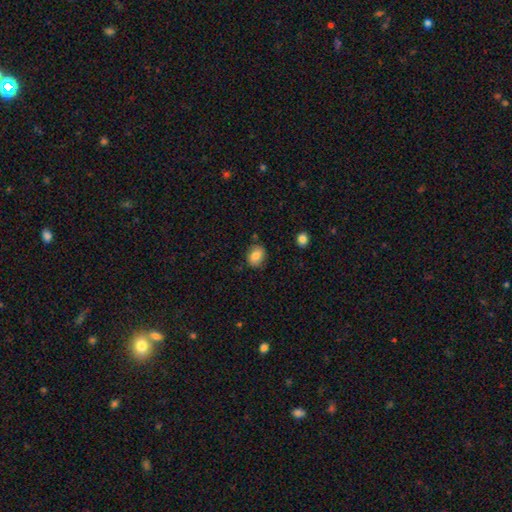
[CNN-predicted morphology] This is clearly a smooth galaxy (83%). How rounded: possibly in between (55%). Merging: likely none (79%).